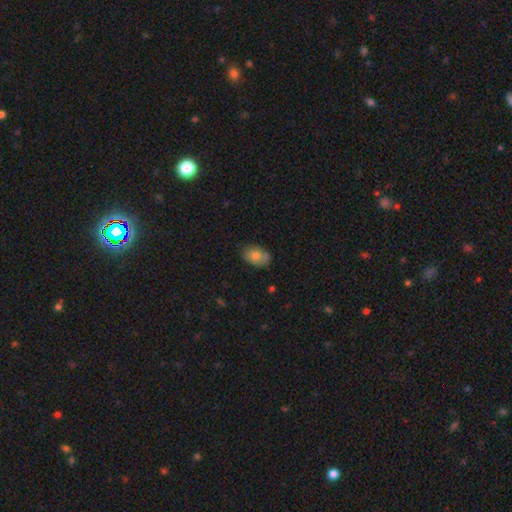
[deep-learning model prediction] smooth 77%, featured or disk 15%, star or artifact 8%. Down the decision tree: how rounded — in between (86%); merging — none (70%).